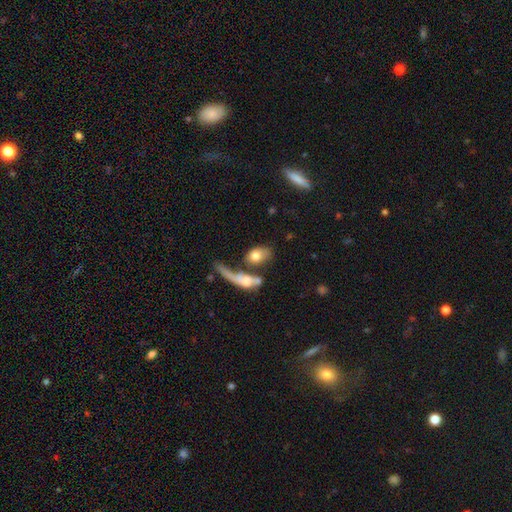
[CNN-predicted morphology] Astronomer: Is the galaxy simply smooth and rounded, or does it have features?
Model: smooth — 70%.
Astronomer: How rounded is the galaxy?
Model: in between — 82%.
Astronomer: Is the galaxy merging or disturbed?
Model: merger — 41% (runner-up: none, 29%).